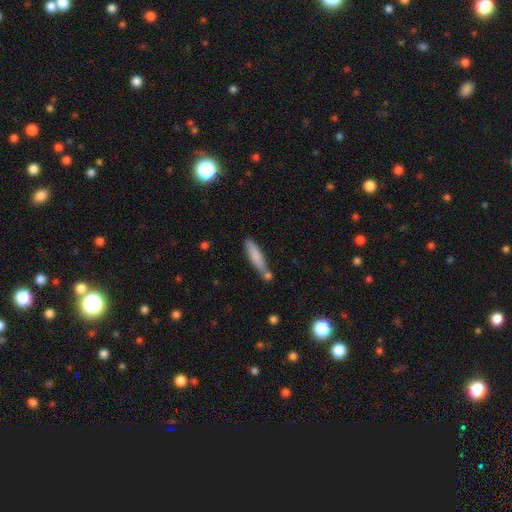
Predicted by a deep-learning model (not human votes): Q: Smooth or featured?
A: smooth (78%); runner-up: featured or disk (16%)
Q: How rounded?
A: cigar-shaped (80%); runner-up: in between (18%)
Q: Merging?
A: none (61%); runner-up: minor disturbance (18%)